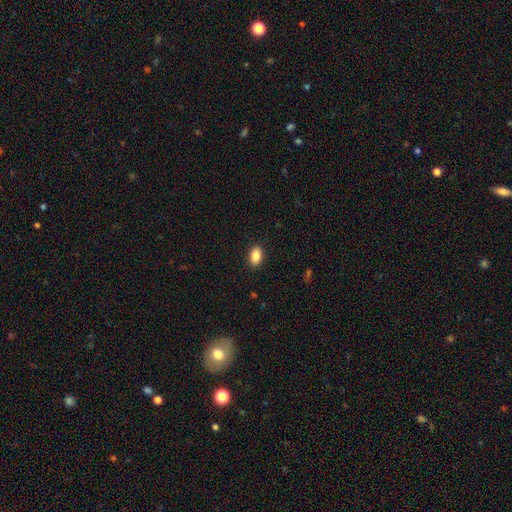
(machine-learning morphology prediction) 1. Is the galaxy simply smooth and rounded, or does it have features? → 87% smooth, 8% star or artifact, 5% featured or disk.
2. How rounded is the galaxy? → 88% in between, 10% round, 2% cigar-shaped.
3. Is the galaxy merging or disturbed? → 89% none, 8% minor disturbance, 2% major disturbance, 1% merger.